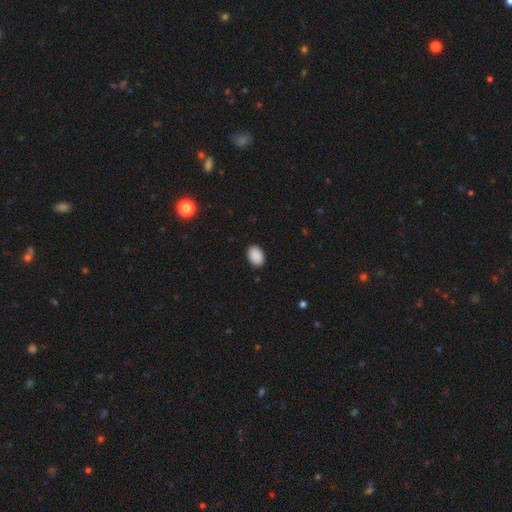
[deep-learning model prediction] A smooth galaxy with no disk features (90%) that is in between round and cigar-shaped (84%).

Vote fractions:
- Smooth or featured? smooth: 90% / star or artifact: 7% / featured or disk: 2%
- How rounded? in between: 84% / round: 15% / cigar-shaped: 1%
- Merging? none: 89% / minor disturbance: 8% / major disturbance: 2% / merger: 1%